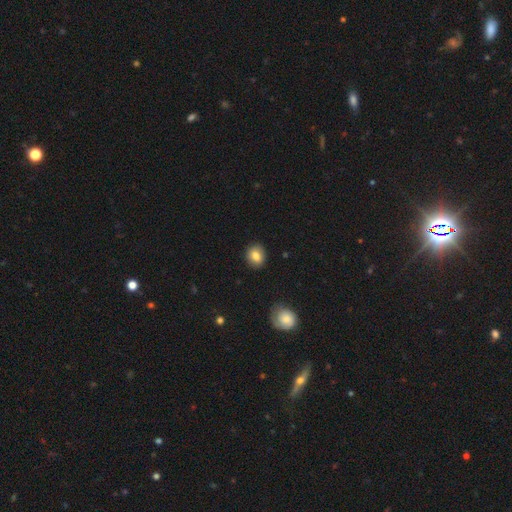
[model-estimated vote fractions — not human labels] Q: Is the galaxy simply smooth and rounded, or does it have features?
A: smooth — 82%.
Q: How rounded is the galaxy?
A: round — 64%.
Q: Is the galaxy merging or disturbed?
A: none — 87%.